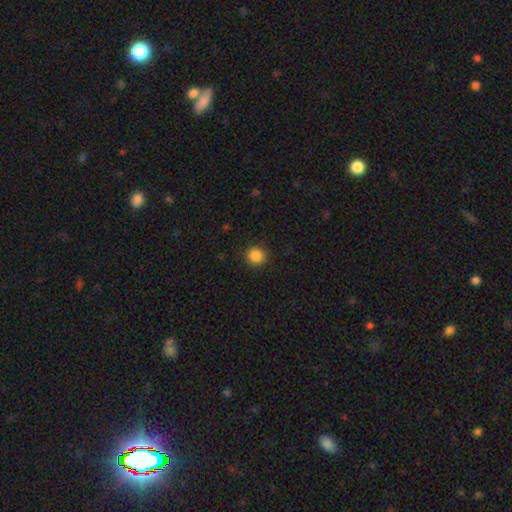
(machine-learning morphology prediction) The model was most divided on "smooth or featured": smooth: 86%, star or artifact: 11%, featured or disk: 3%. More confident: how rounded — round (92%); merging — none (90%).